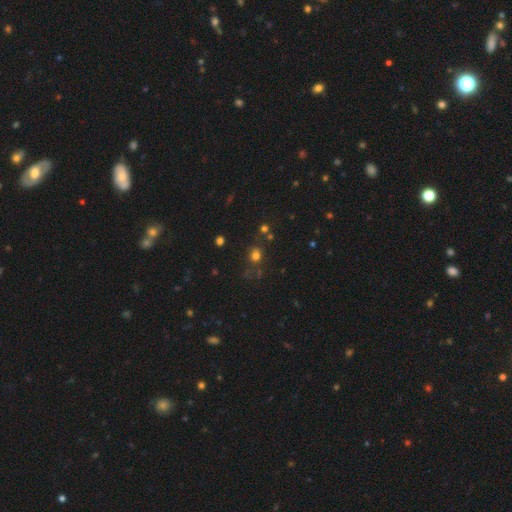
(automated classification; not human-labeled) Morphology: type=smooth (69%); roundness=round (76%); merging=none (72%).